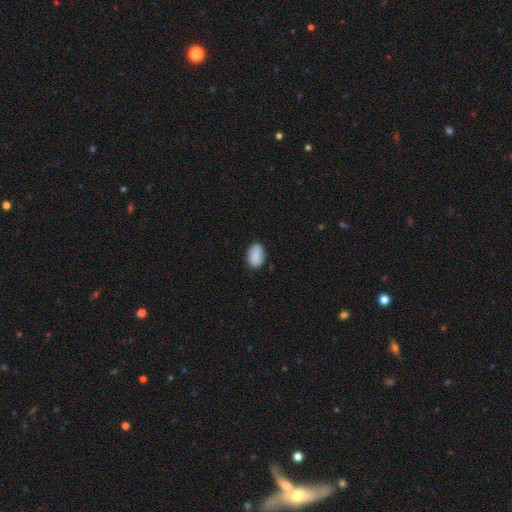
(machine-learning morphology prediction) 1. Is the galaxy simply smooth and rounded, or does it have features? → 84% smooth, 9% featured or disk, 7% star or artifact.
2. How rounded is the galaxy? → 89% in between, 9% round, 2% cigar-shaped.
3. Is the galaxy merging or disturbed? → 83% none, 13% minor disturbance, 2% major disturbance, 1% merger.